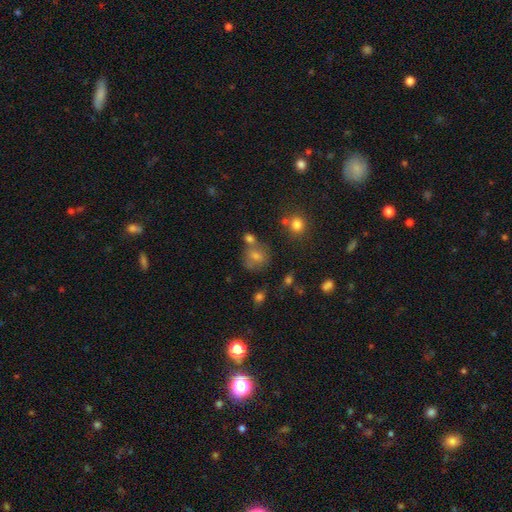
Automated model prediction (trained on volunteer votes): Smooth or featured? Predicted: smooth (p=0.70). How rounded? Predicted: round (p=0.75). Merging? Predicted: none (p=0.51).